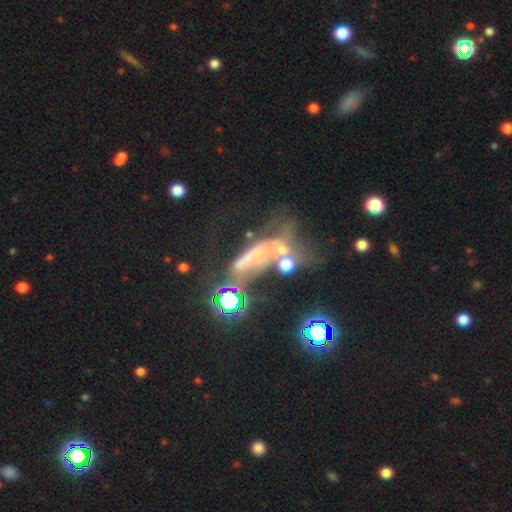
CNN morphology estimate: This is marginally a featured or disk galaxy (41%). Merging: marginally merger (35%).